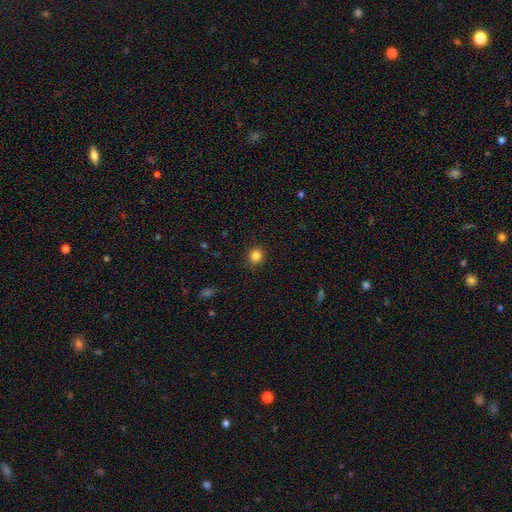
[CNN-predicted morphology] A smooth galaxy with no disk features (85%) that is round (86%). Merging: none (90%).